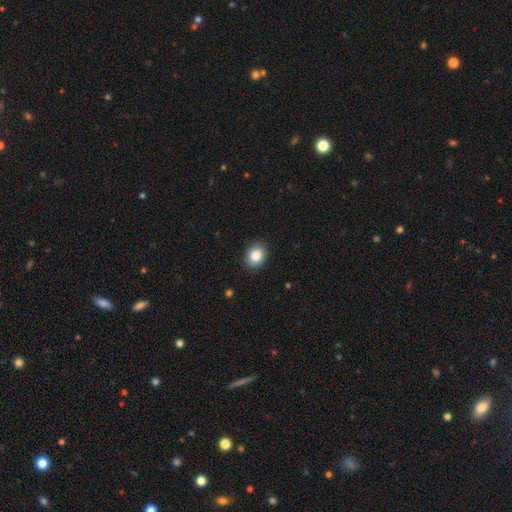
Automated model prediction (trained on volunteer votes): smooth-or-featured: smooth: 85% | star or artifact: 8% | featured or disk: 6%
  how-rounded: in between: 59% | round: 40% | cigar-shaped: 1%
  merging: none: 89% | minor disturbance: 8% | major disturbance: 2% | merger: 1%